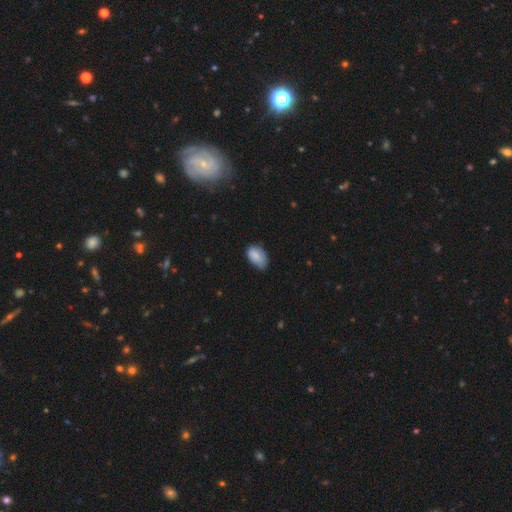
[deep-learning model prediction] Morphology: type=smooth (84%); roundness=in between (91%); merging=none (51%).